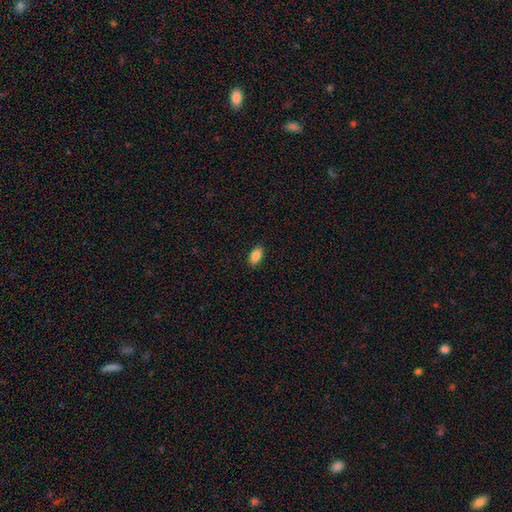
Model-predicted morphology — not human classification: Q: Smooth or featured?
A: smooth (88%); runner-up: star or artifact (7%)
Q: How rounded?
A: in between (93%); runner-up: round (4%)
Q: Merging?
A: none (89%); runner-up: minor disturbance (8%)